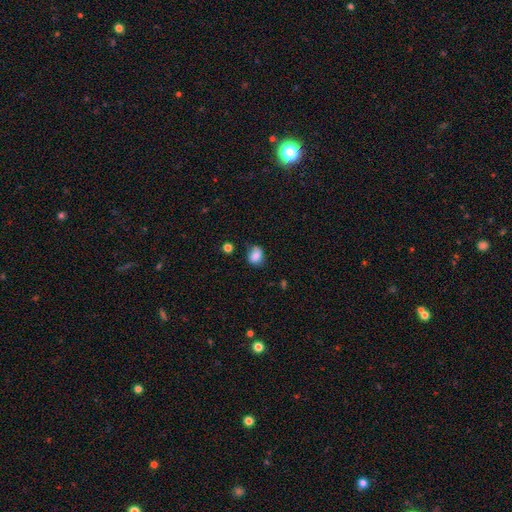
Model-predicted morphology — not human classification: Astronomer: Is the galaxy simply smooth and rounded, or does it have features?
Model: smooth — 84%.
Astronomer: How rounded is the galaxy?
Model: round — 50% (runner-up: in between, 49%).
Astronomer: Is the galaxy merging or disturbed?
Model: none — 62%.